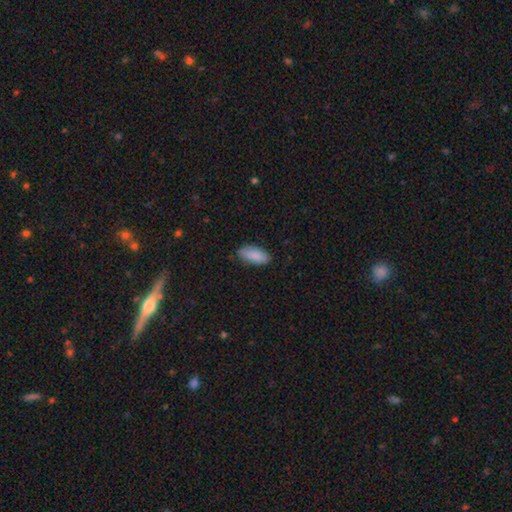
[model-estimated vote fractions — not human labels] This is clearly a smooth galaxy (89%). How rounded: clearly in between (87%). Merging: clearly none (83%).